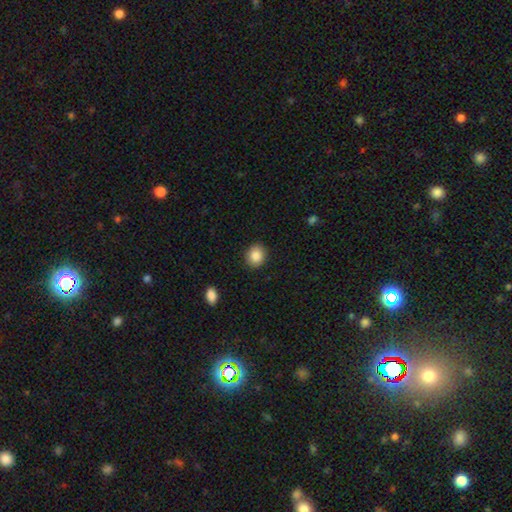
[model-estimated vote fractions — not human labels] Smooth or featured: smooth — 86% (star or artifact — 8%)
How rounded: round — 69% (in between — 30%)
Merging: none — 90% (minor disturbance — 7%)